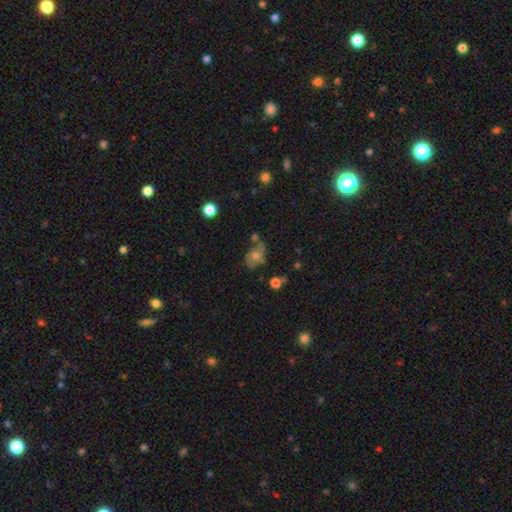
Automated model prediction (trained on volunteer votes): Smooth or featured? Predicted: smooth (p=0.44). Merging? Predicted: none (p=0.49).